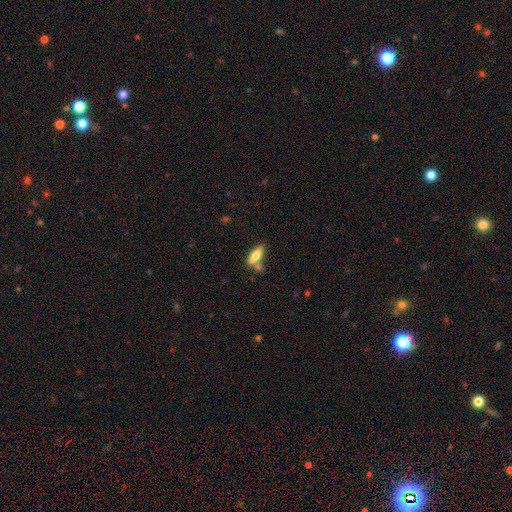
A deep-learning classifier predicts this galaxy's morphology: smooth 67%, featured or disk 27%, star or artifact 7%. Down the decision tree: how rounded — in between (61%); merging — none (54%).